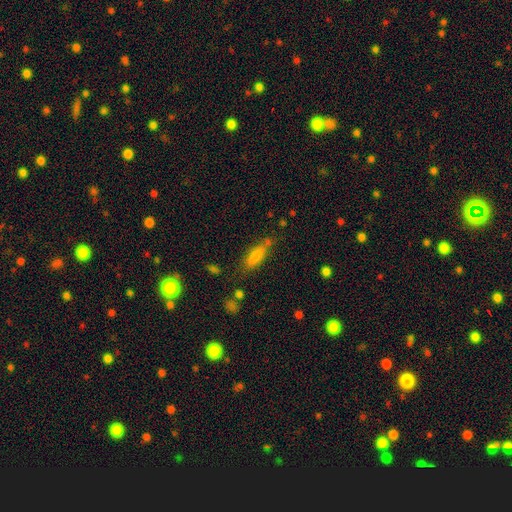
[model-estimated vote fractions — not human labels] smooth-or-featured: smooth: 77% | featured or disk: 13% | star or artifact: 9%
  how-rounded: in between: 56% | cigar-shaped: 41% | round: 3%
  merging: none: 62% | minor disturbance: 21% | merger: 10% | major disturbance: 7%